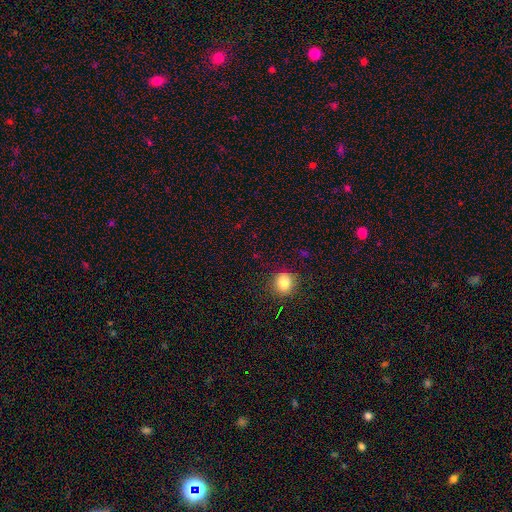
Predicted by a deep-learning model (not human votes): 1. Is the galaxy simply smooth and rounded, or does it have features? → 72% smooth, 22% star or artifact, 6% featured or disk.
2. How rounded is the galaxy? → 82% round, 16% in between, 2% cigar-shaped.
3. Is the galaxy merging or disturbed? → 85% none, 9% minor disturbance, 4% major disturbance, 2% merger.